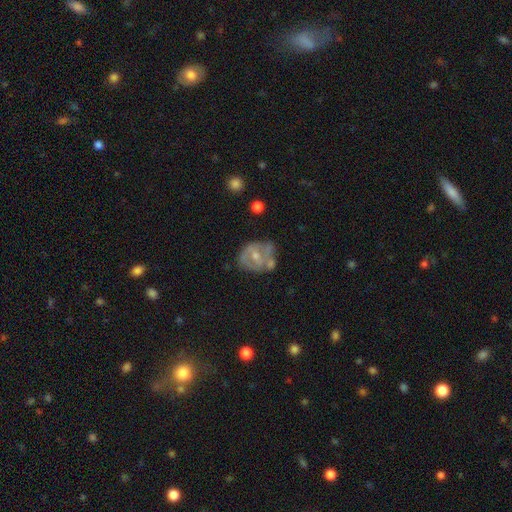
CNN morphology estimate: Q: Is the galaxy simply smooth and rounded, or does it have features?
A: featured or disk — 59%.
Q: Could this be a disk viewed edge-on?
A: no — 96%.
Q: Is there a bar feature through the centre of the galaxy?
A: no — 53%.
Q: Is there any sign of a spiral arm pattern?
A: no — 61%.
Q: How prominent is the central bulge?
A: moderate — 62%.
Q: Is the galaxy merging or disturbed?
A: none — 41%.